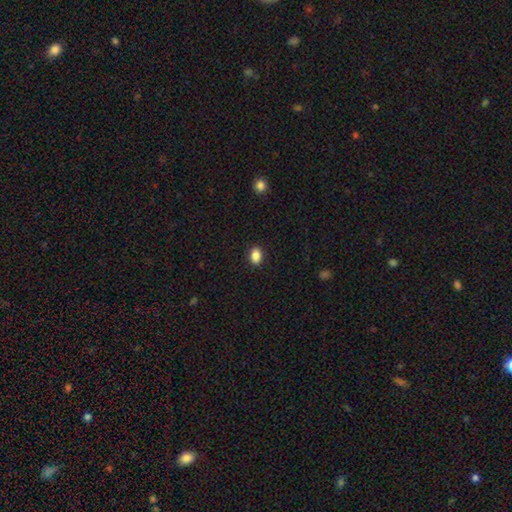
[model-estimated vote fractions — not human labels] Morphology: type=smooth (88%); roundness=in between (72%); merging=none (90%).